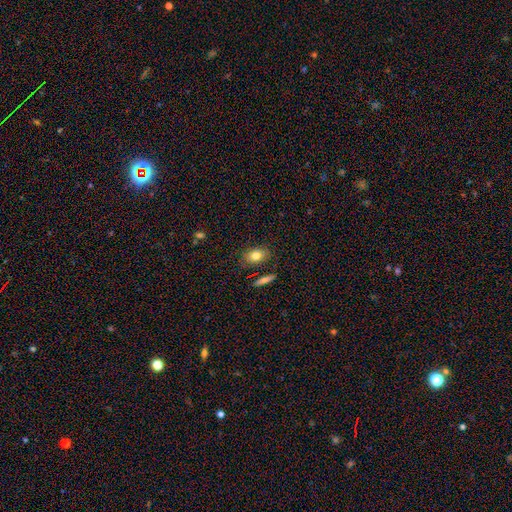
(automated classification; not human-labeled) This appears to be a smooth galaxy with no disk features (79%) that is in between round and cigar-shaped (82%). Merging: none (80%).